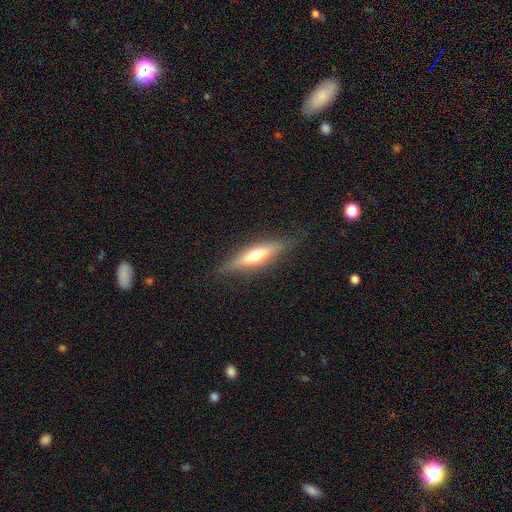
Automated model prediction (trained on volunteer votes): featured or disk 51%, smooth 42%, star or artifact 7%. Down the decision tree: edge-on disk — yes (90%); merging — none (85%).